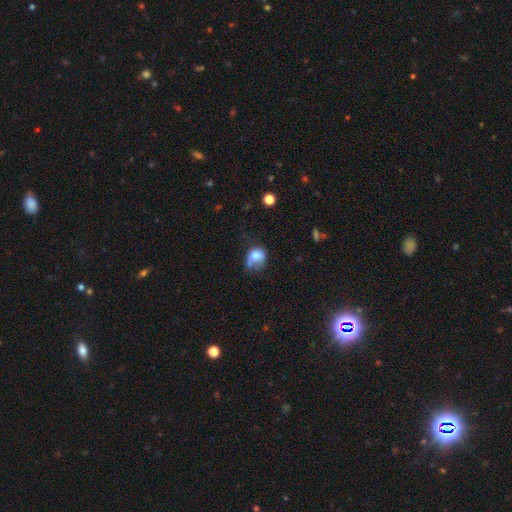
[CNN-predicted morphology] A smooth galaxy with no disk features (75%) that is round (65%). Merging: none (34%).